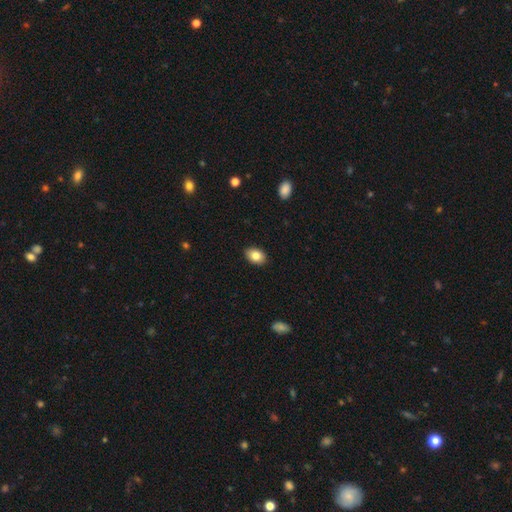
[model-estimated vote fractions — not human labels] smooth-or-featured: smooth: 83% | featured or disk: 9% | star or artifact: 8%
  how-rounded: in between: 81% | round: 18% | cigar-shaped: 1%
  merging: none: 89% | minor disturbance: 8% | major disturbance: 2% | merger: 1%